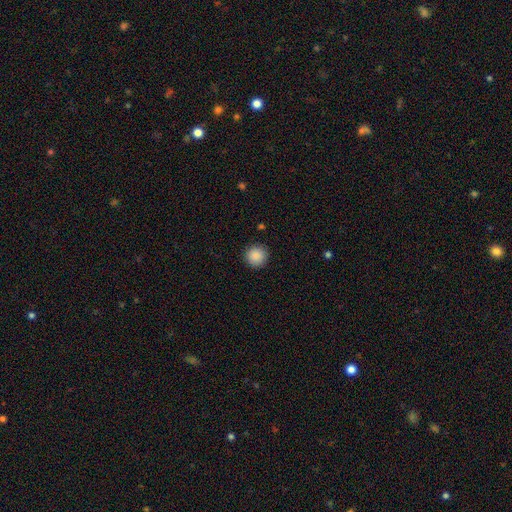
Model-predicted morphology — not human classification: Overall: smooth (89%). How rounded: round (95%). Merging: none (91%).